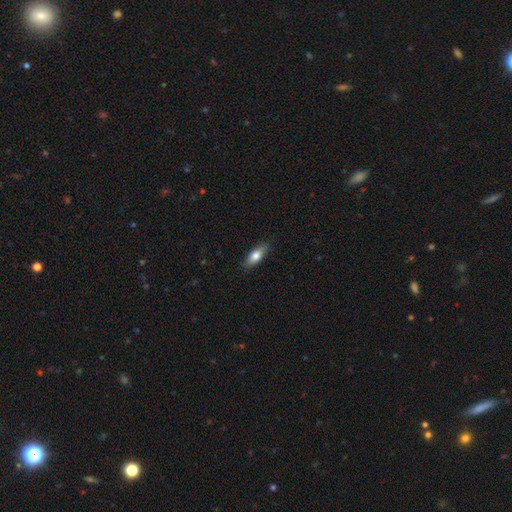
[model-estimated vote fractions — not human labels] Morphology: type=smooth (75%); roundness=in between (72%); merging=none (86%).